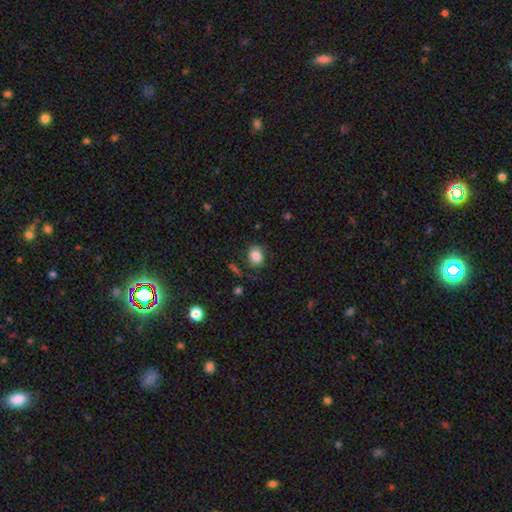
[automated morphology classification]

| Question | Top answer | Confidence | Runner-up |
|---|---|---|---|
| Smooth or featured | smooth | 84% | star or artifact (9%) |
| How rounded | in between | 56% | round (42%) |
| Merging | none | 78% | minor disturbance (15%) |